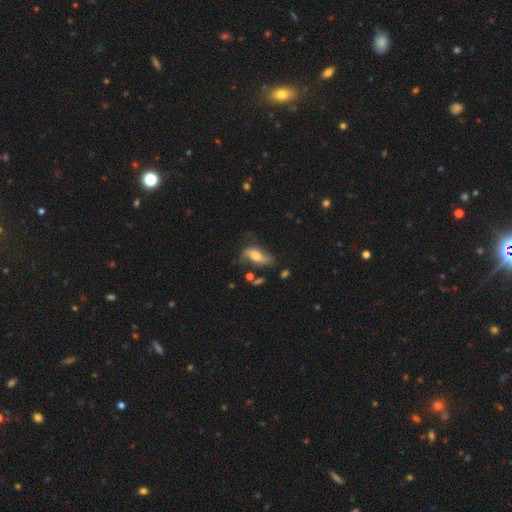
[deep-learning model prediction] Q: Smooth or featured?
A: featured or disk (47%); runner-up: smooth (44%)
Q: Merging?
A: none (47%); runner-up: minor disturbance (29%)